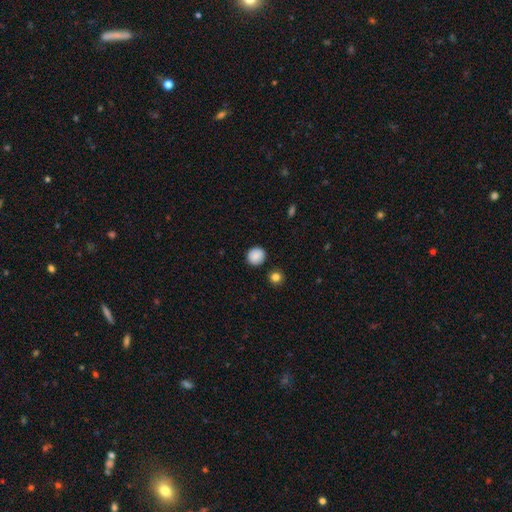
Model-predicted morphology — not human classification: Smooth or featured?
  - smooth: 88% *
  - star or artifact: 9%
  - featured or disk: 3%
How rounded?
  - round: 90% *
  - in between: 9%
  - cigar-shaped: 1%
Merging?
  - none: 90% *
  - minor disturbance: 6%
  - major disturbance: 2%
  - merger: 2%